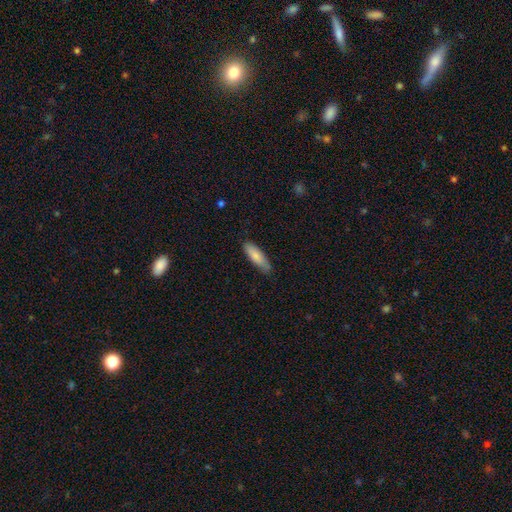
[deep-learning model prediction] This appears to be a smooth galaxy with no disk features (81%) that is cigar-shaped (49%, tied with in between). Merging: none (82%).